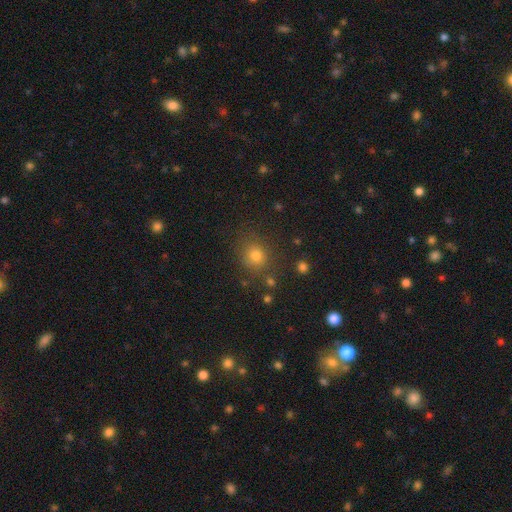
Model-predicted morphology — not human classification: A smooth galaxy with no disk features (75%) that is round (81%). Merging: none (81%).